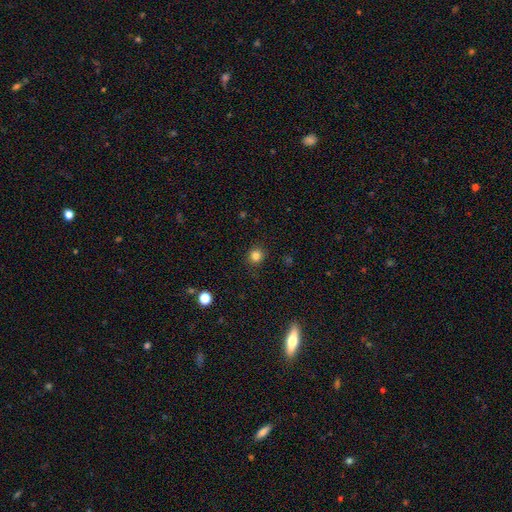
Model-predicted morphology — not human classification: This is clearly a smooth galaxy (83%). How rounded: clearly round (90%). Merging: clearly none (89%).